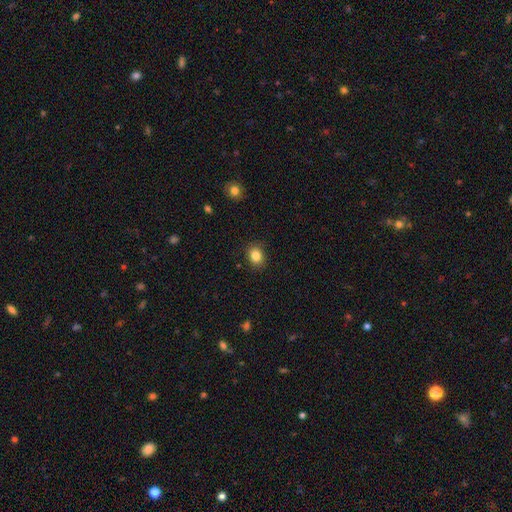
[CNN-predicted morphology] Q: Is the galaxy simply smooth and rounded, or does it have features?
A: smooth — 84%.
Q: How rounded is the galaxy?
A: round — 57%.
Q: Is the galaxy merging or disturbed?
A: none — 87%.